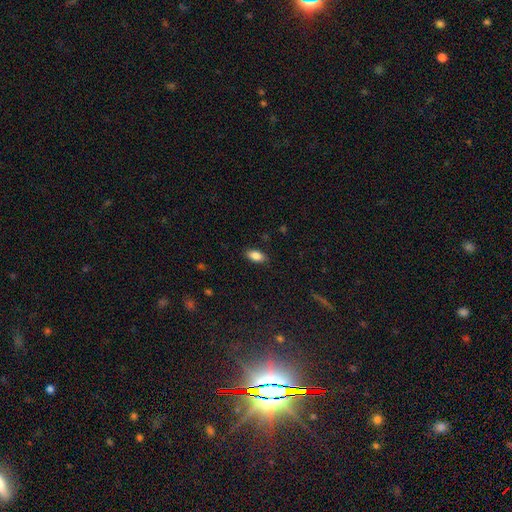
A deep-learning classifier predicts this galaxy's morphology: A smooth galaxy with no disk features (85%) that is in between round and cigar-shaped (90%). Merging: none (87%).